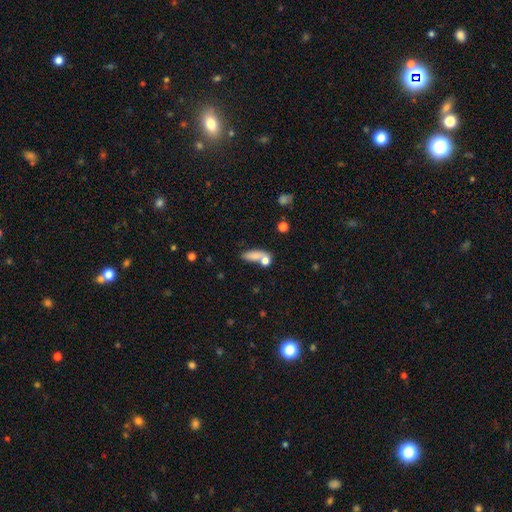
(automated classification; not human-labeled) smooth_or_featured: smooth (p=0.77) [alt: featured or disk p=0.13]
how_rounded: in between (p=0.58) [alt: cigar-shaped p=0.32]
merging: none (p=0.44) [alt: merger p=0.31]